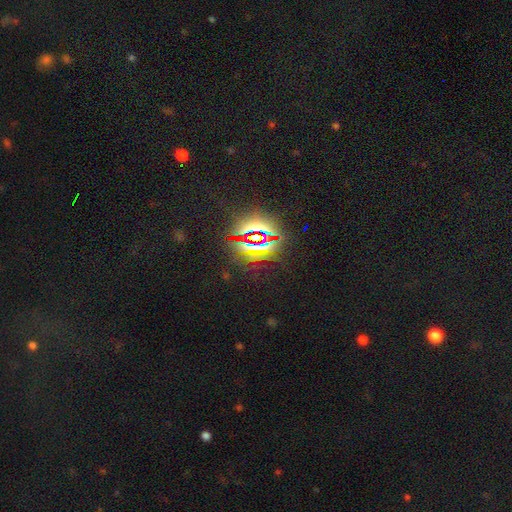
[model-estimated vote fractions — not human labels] A star or artifact, not a galaxy (81%).

Vote fractions:
- Smooth or featured? star or artifact: 81% / smooth: 12% / featured or disk: 7%